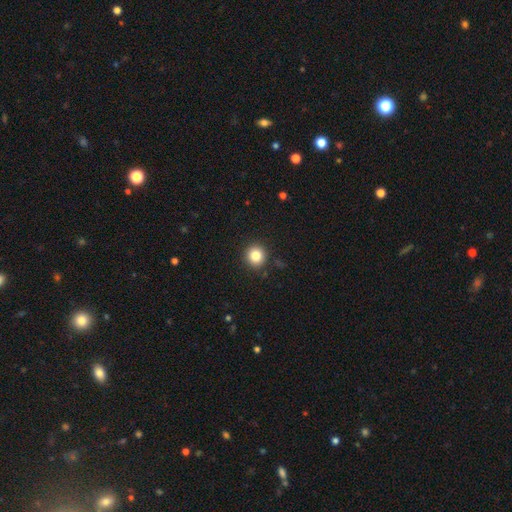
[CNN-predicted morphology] Smooth or featured: smooth — 83% (star or artifact — 11%)
How rounded: round — 92% (in between — 7%)
Merging: none — 91% (minor disturbance — 6%)